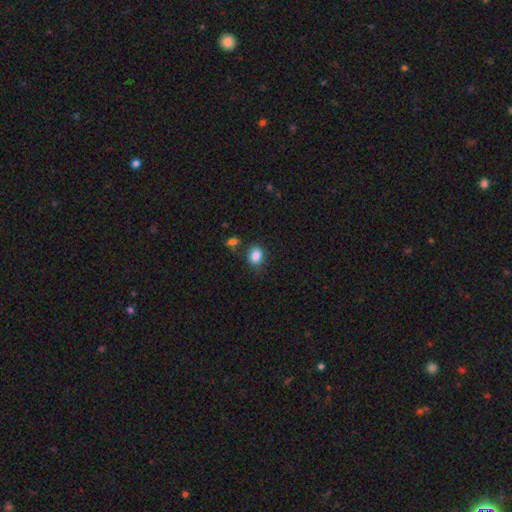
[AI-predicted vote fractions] Smooth or featured? smooth (86%)
How rounded? in between (65%)
Merging? none (77%)